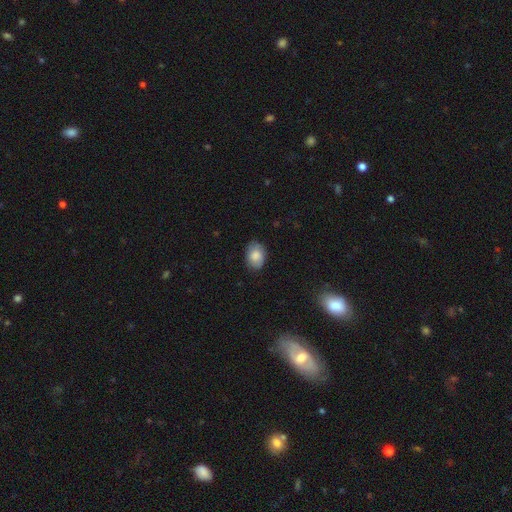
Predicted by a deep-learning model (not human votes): Smooth or featured? Predicted: smooth (p=0.81). How rounded? Predicted: in between (p=0.77). Merging? Predicted: none (p=0.78).